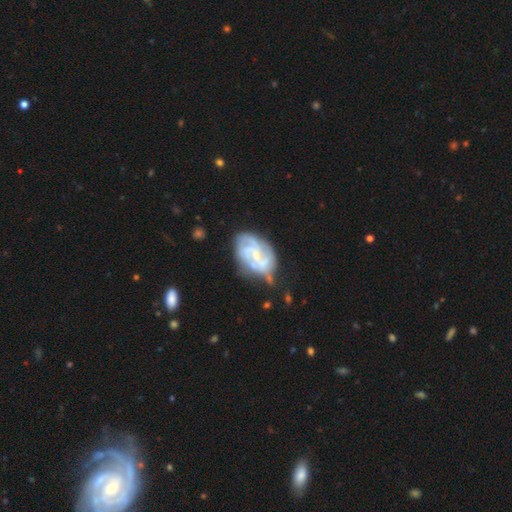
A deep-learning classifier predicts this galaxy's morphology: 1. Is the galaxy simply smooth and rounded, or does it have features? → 80% featured or disk, 14% smooth, 6% star or artifact.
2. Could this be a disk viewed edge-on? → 98% no, 2% yes.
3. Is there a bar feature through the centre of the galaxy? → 46% no, 43% weak, 11% strong.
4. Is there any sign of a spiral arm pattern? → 89% yes, 11% no.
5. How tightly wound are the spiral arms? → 43% medium, 41% tight, 16% loose.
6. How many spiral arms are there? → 30% 2, 28% 3, 26% can't tell, 8% 4, 4% 1, 4% more than 4.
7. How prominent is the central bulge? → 57% small, 27% moderate, 14% none, 2% large, 1% dominant.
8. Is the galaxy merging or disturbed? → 52% none, 28% minor disturbance, 15% major disturbance, 6% merger.